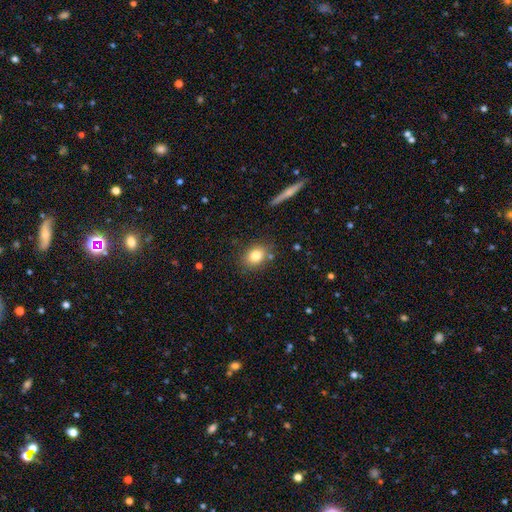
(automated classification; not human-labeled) The model was most divided on "how rounded": round: 50%, in between: 48%, cigar-shaped: 2%. More confident: merging — none (81%); smooth or featured — smooth (80%).